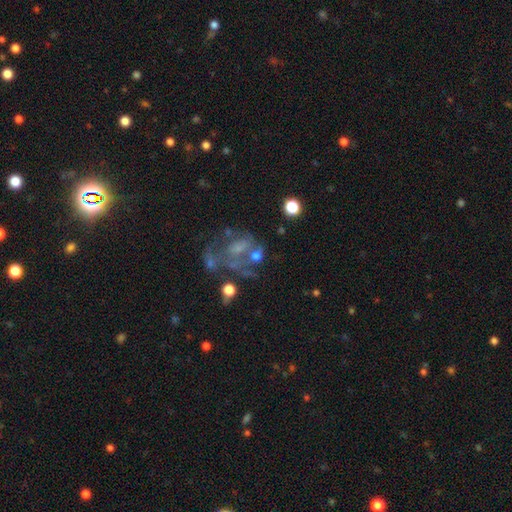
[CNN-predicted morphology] Smooth or featured?
  - featured or disk: 47% *
  - smooth: 36%
  - star or artifact: 17%
Merging?
  - major disturbance: 33% *
  - none: 30%
  - merger: 21%
  - minor disturbance: 17%